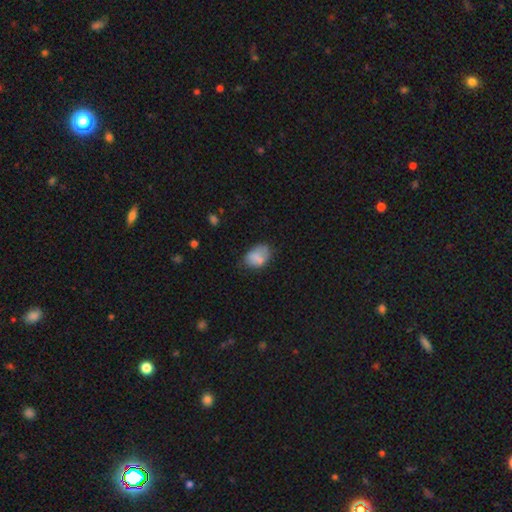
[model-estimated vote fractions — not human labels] smooth 77%, featured or disk 14%, star or artifact 10%. Down the decision tree: how rounded — in between (81%); merging — none (51%).